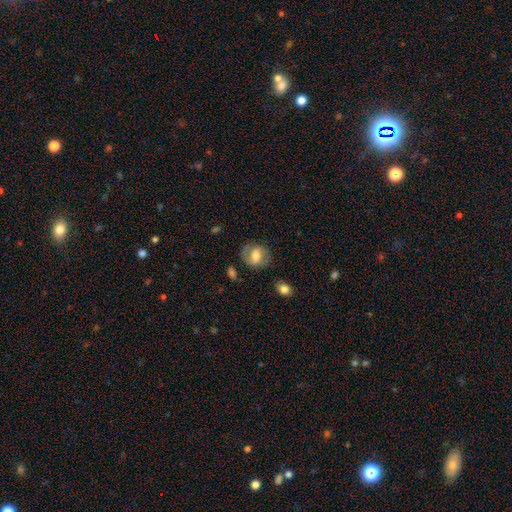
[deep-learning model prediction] Smooth or featured? smooth (51%)
How rounded? round (54%)
Merging? none (72%)